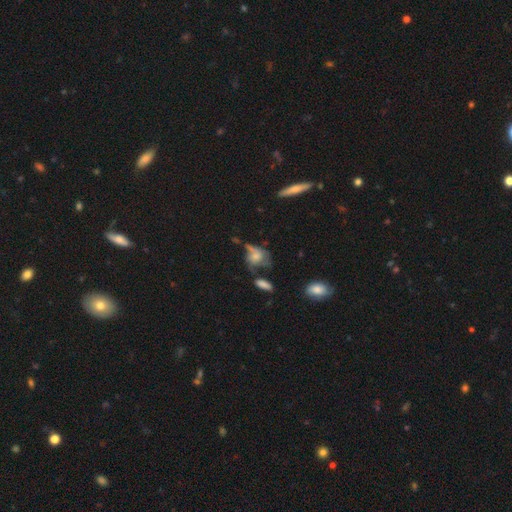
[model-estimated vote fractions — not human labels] A smooth galaxy with no disk features (53%) that is in between round and cigar-shaped (55%).

Vote fractions:
- Smooth or featured? smooth: 53% / featured or disk: 36% / star or artifact: 11%
- How rounded? in between: 55% / round: 41% / cigar-shaped: 4%
- Merging? none: 30% / major disturbance: 27% / minor disturbance: 25% / merger: 18%